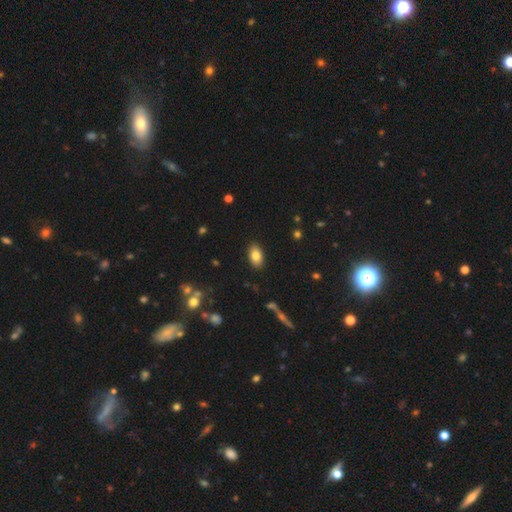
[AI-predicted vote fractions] Morphology: type=smooth (83%); roundness=in between (91%); merging=none (88%).